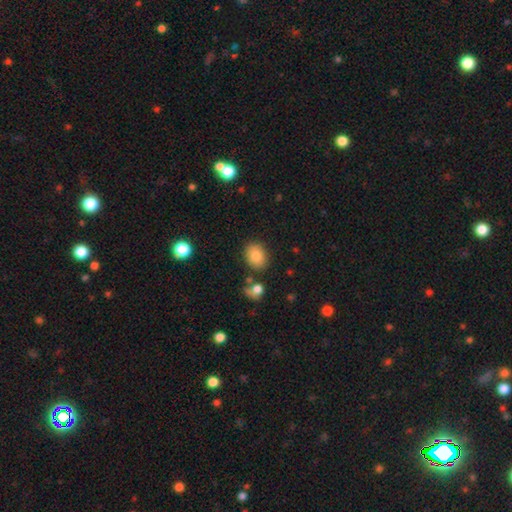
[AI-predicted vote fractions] This is clearly a smooth galaxy (83%). How rounded: likely in between (62%). Merging: likely none (79%).